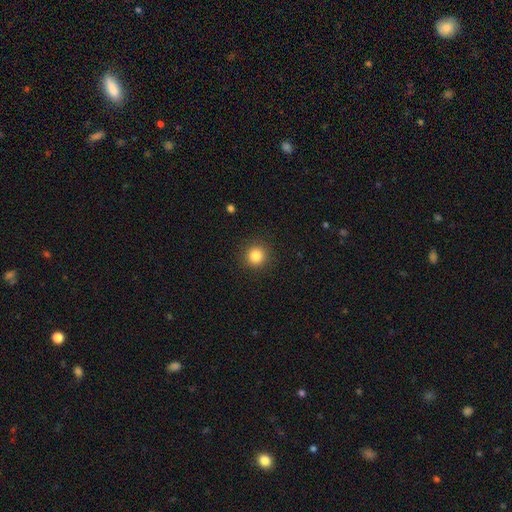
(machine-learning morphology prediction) smooth-or-featured: smooth: 84% | star or artifact: 11% | featured or disk: 5%
  how-rounded: round: 94% | in between: 5% | cigar-shaped: 1%
  merging: none: 91% | minor disturbance: 6% | major disturbance: 2% | merger: 1%